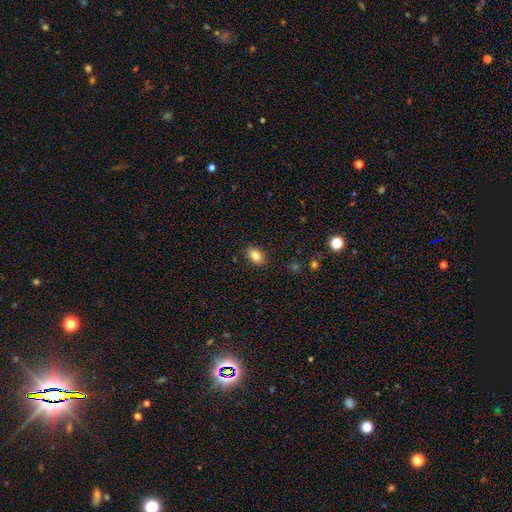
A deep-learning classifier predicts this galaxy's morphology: The model was most divided on "how rounded": in between: 83%, round: 16%, cigar-shaped: 2%. More confident: merging — none (88%); smooth or featured — smooth (82%).